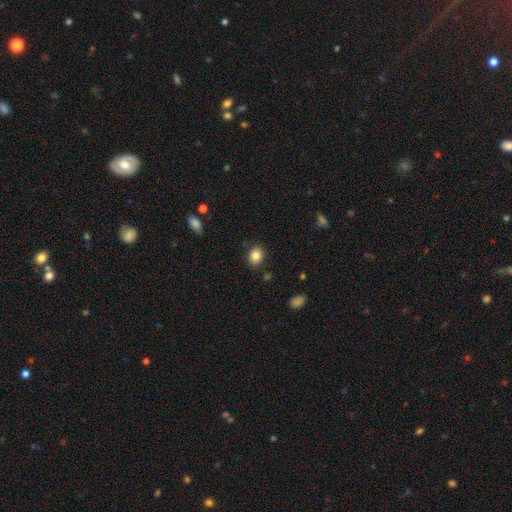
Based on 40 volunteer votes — Volunteers were most divided on "how rounded": in between: 50%, round: 43%, cigar-shaped: 7%. More confident: merging — none (77%); smooth or featured — smooth (75%).